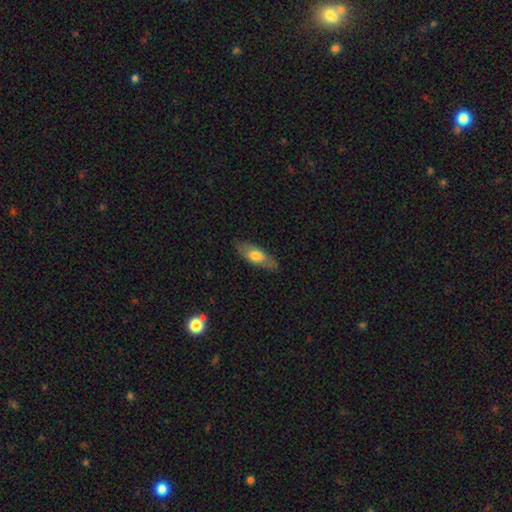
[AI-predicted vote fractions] Overall: smooth (60%; featured or disk 34%). How rounded: in between (71%). Merging: none (80%).